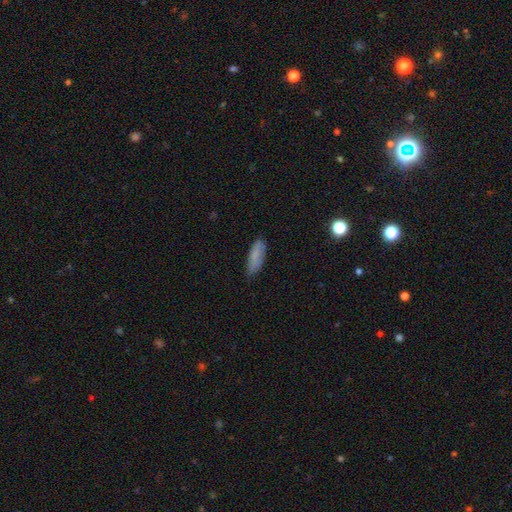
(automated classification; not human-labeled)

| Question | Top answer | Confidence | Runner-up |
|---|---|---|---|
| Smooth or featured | smooth | 80% | featured or disk (12%) |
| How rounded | in between | 60% | cigar-shaped (38%) |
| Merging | none | 74% | minor disturbance (21%) |